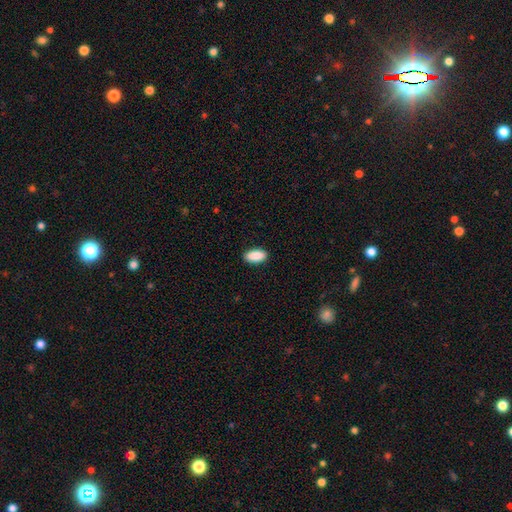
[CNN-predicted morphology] Smooth or featured? Predicted: smooth (p=0.90). How rounded? Predicted: in between (p=0.91). Merging? Predicted: none (p=0.89).